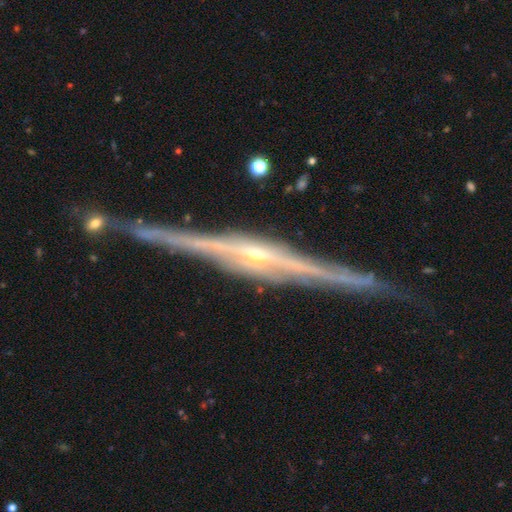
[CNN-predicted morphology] Smooth or featured? featured or disk (91%)
Edge-on disk? yes (98%)
Edge-on bulge? rounded (61%)
Merging? none (88%)